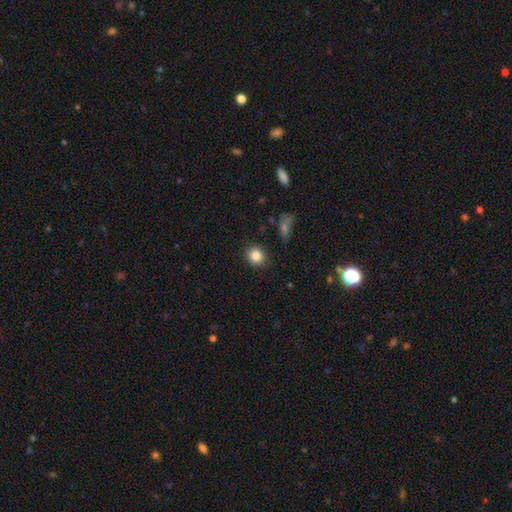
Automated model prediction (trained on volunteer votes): Smooth or featured: smooth — 84% (star or artifact — 10%)
How rounded: round — 80% (in between — 19%)
Merging: none — 89% (minor disturbance — 8%)